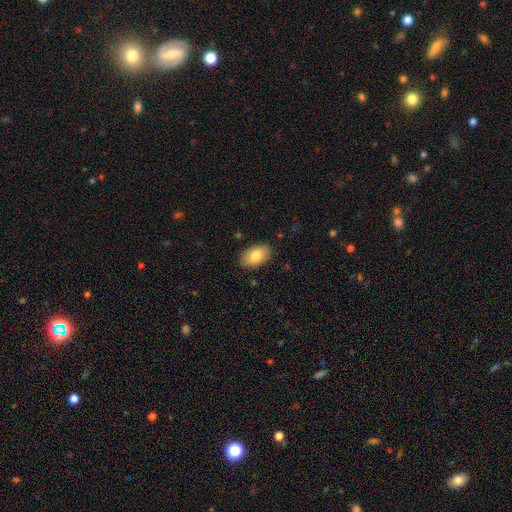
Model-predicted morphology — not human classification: smooth 80%, featured or disk 13%, star or artifact 6%. Down the decision tree: how rounded — in between (92%); merging — none (87%).